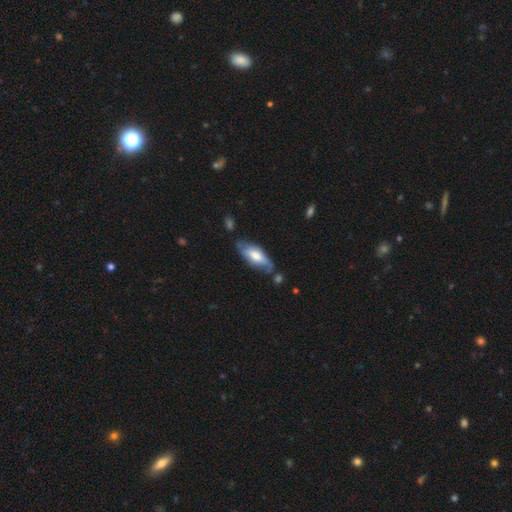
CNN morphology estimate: Smooth or featured?
  - smooth: 58% *
  - featured or disk: 36%
  - star or artifact: 5%
How rounded?
  - in between: 74% *
  - cigar-shaped: 24%
  - round: 2%
Merging?
  - none: 58% *
  - minor disturbance: 27%
  - merger: 7%
  - major disturbance: 7%